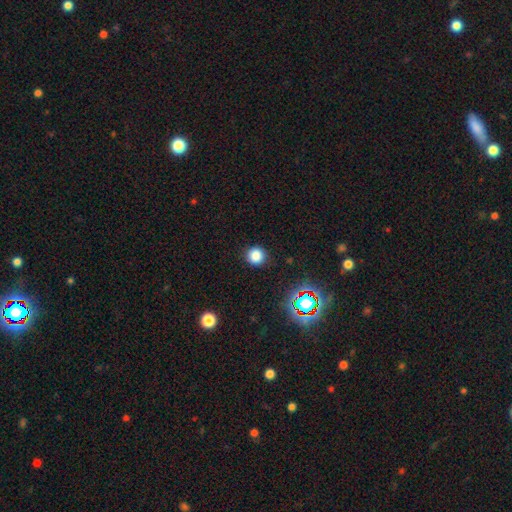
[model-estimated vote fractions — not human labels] Smooth or featured?
  - smooth: 80% *
  - star or artifact: 16%
  - featured or disk: 4%
How rounded?
  - round: 93% *
  - in between: 6%
  - cigar-shaped: 1%
Merging?
  - none: 89% *
  - minor disturbance: 7%
  - major disturbance: 2%
  - merger: 1%